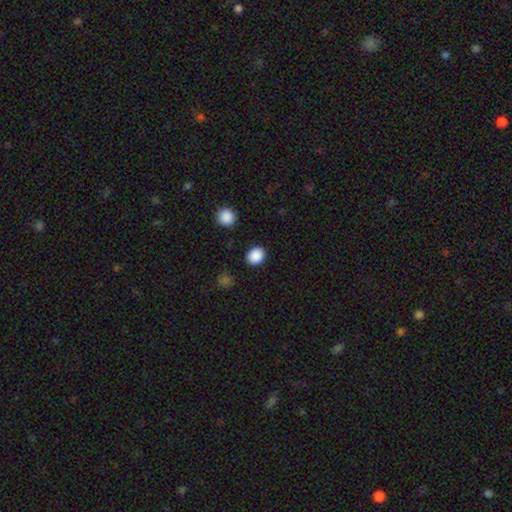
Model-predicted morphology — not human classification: A smooth galaxy with no disk features (88%) that is round (62%). Merging: none (89%).